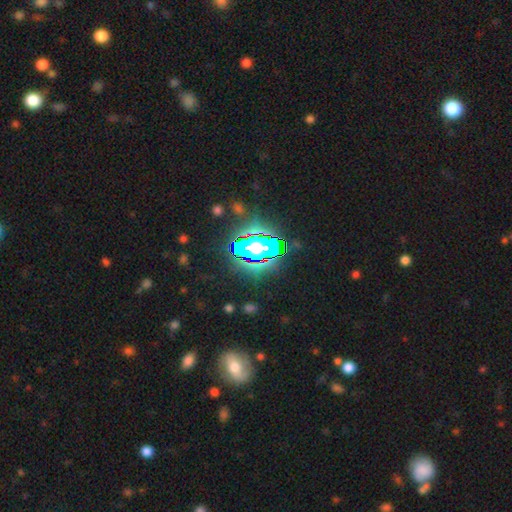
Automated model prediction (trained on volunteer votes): Overall: star or artifact (78%).